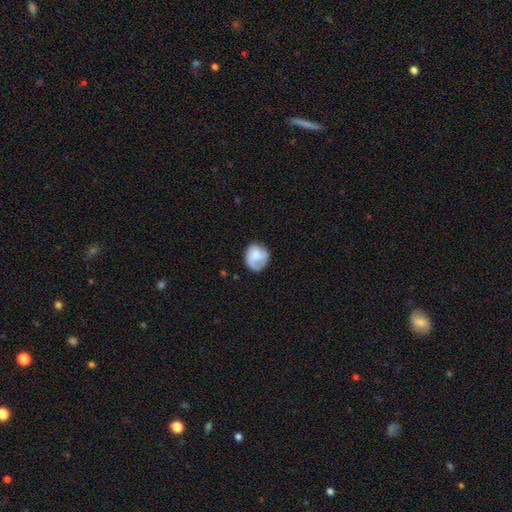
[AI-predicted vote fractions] This is likely a smooth galaxy (66%). How rounded: likely round (71%). Merging: likely none (63%).